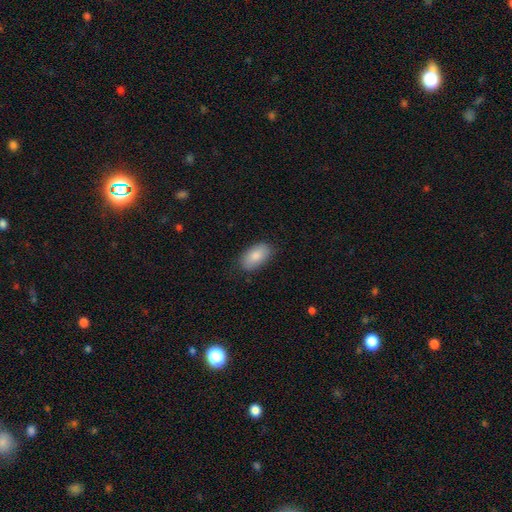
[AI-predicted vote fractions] Smooth or featured: smooth — 85% (featured or disk — 8%)
How rounded: in between — 94% (round — 4%)
Merging: none — 83% (minor disturbance — 13%)